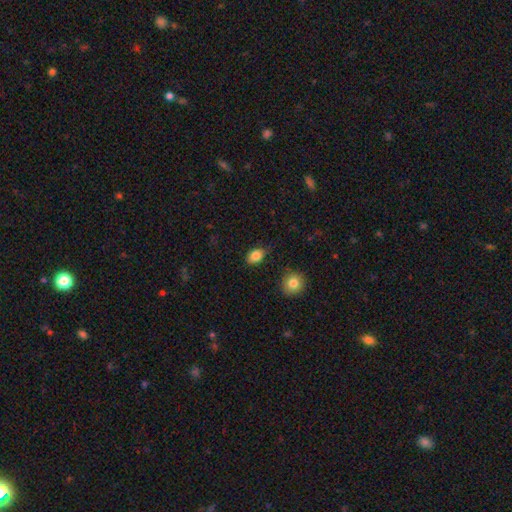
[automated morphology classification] Smooth or featured: smooth — 84% (star or artifact — 9%)
How rounded: in between — 75% (round — 24%)
Merging: none — 76% (minor disturbance — 19%)